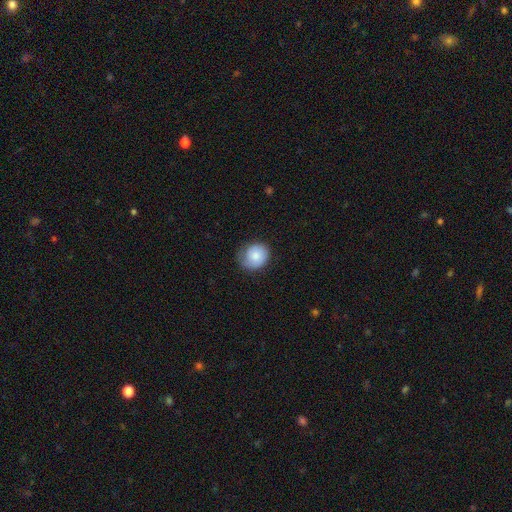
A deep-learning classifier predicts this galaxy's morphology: Smooth or featured: smooth — 81% (featured or disk — 12%)
How rounded: round — 78% (in between — 21%)
Merging: none — 64% (minor disturbance — 27%)